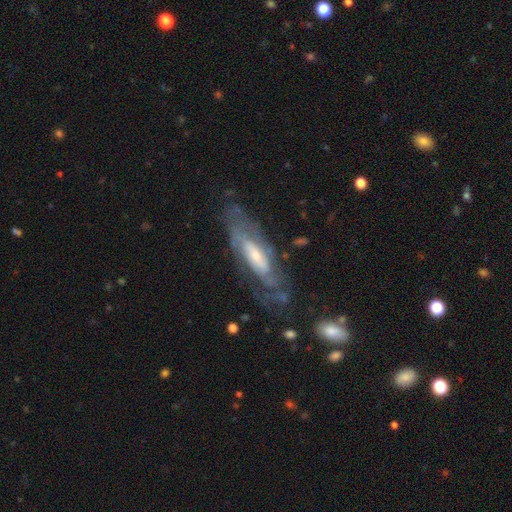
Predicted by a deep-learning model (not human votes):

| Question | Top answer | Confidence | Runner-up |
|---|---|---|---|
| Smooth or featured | featured or disk | 74% | smooth (20%) |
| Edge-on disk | no | 76% | yes (24%) |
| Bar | no | 52% | weak (32%) |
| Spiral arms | yes | 77% | no (23%) |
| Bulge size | small | 50% | moderate (39%) |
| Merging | none | 62% | minor disturbance (21%) |